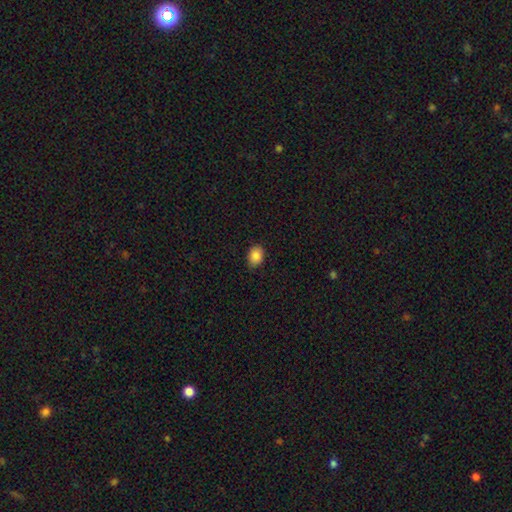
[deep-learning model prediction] A smooth galaxy with no disk features (87%) that is in between round and cigar-shaped (70%).

Vote fractions:
- Smooth or featured? smooth: 87% / star or artifact: 9% / featured or disk: 5%
- How rounded? in between: 70% / round: 29% / cigar-shaped: 1%
- Merging? none: 86% / minor disturbance: 11% / major disturbance: 2% / merger: 1%